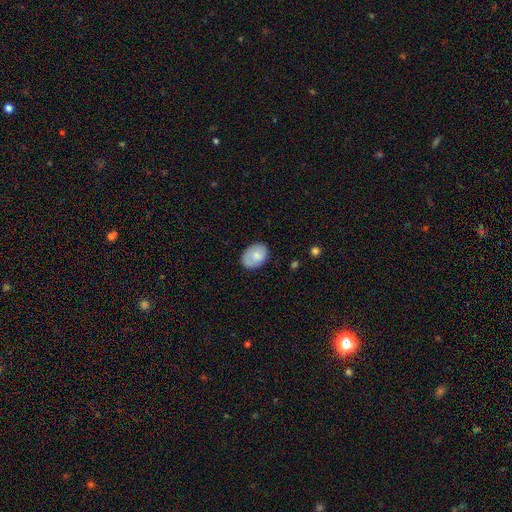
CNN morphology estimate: This is clearly a smooth galaxy (81%). How rounded: likely in between (79%). Merging: likely none (77%).